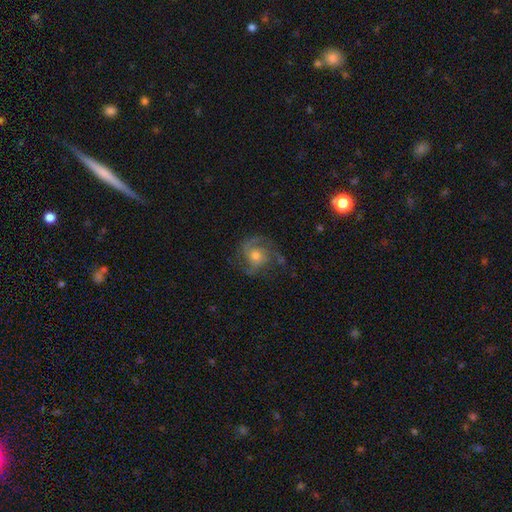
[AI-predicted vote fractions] Smooth or featured? featured or disk (78%)
Edge-on disk? no (98%)
Bar? no (74%)
Spiral arms? yes (94%)
Spiral winding? medium (48%)
Spiral arm count? 2 (42%)
Bulge size? moderate (66%)
Merging? none (64%)